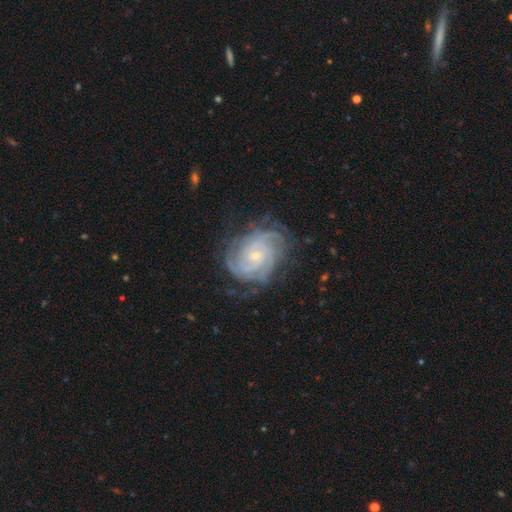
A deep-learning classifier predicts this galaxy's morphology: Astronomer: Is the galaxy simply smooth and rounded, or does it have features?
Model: featured or disk — 89%.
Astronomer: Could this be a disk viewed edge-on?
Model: no — 98%.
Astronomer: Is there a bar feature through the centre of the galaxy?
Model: no — 62%.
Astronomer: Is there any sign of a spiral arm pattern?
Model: yes — 98%.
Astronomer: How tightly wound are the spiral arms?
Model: tight — 78%.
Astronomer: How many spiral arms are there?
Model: can't tell — 24% (runner-up: 4, 23%).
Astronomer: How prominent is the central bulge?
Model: small — 78%.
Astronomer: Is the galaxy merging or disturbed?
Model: none — 73%.